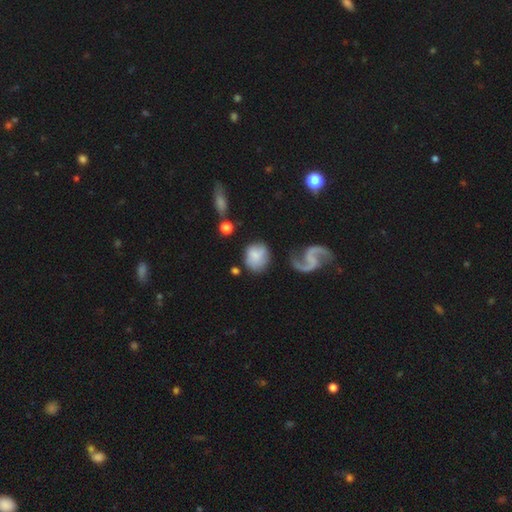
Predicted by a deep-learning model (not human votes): Smooth or featured: smooth — 54% (featured or disk — 38%)
How rounded: round — 66% (in between — 32%)
Merging: none — 56% (minor disturbance — 22%)